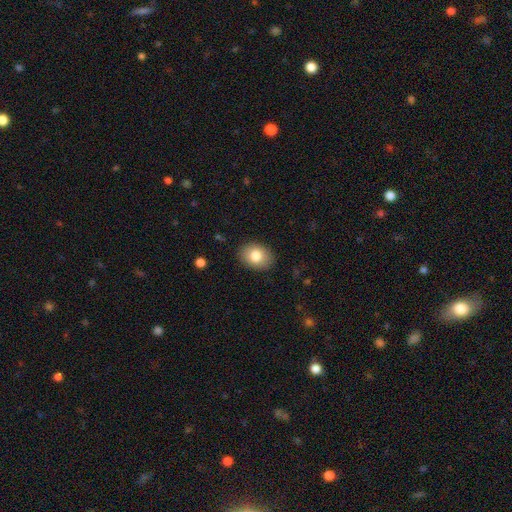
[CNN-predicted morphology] Smooth or featured?
  - smooth: 81% *
  - featured or disk: 11%
  - star or artifact: 8%
How rounded?
  - in between: 65% *
  - round: 34%
  - cigar-shaped: 1%
Merging?
  - none: 88% *
  - minor disturbance: 9%
  - major disturbance: 2%
  - merger: 1%